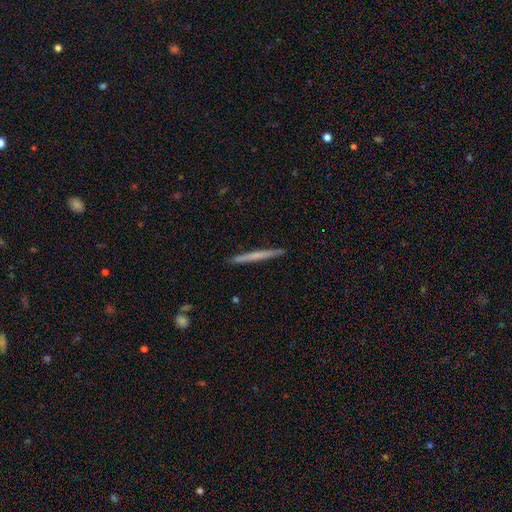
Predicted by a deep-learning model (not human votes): Smooth or featured: smooth — 55% (featured or disk — 39%)
How rounded: cigar-shaped — 97% (in between — 2%)
Merging: none — 92% (minor disturbance — 6%)